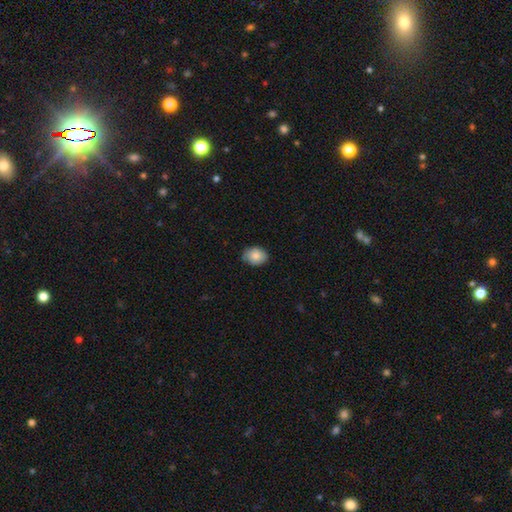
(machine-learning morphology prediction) The model was most divided on "how rounded": in between: 57%, round: 42%, cigar-shaped: 1%. More confident: smooth or featured — smooth (83%); merging — none (79%).